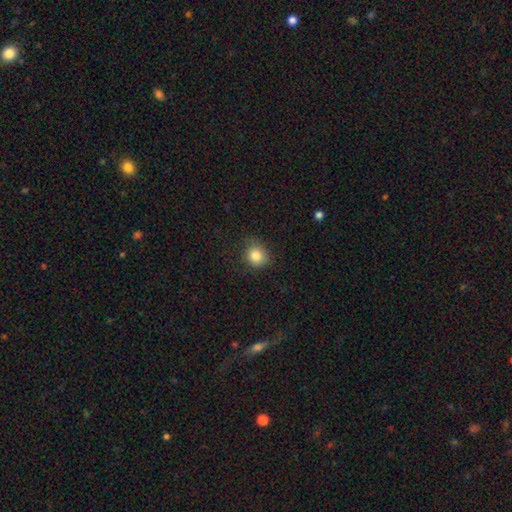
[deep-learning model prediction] smooth-or-featured: smooth: 84% | star or artifact: 11% | featured or disk: 6%
  how-rounded: round: 79% | in between: 21% | cigar-shaped: 1%
  merging: none: 77% | minor disturbance: 18% | major disturbance: 5% | merger: 1%